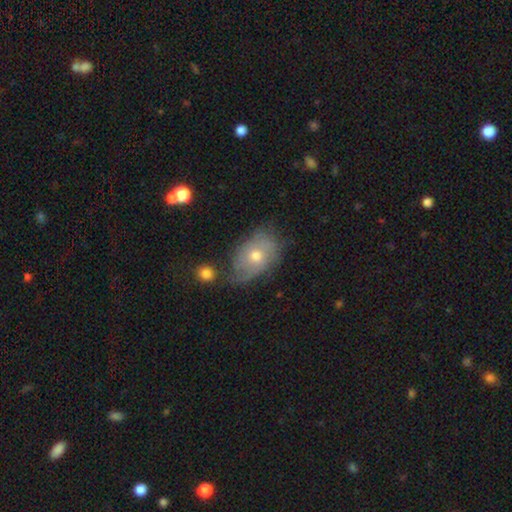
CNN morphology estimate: Smooth or featured? Predicted: featured or disk (p=0.52). Edge-on disk? Predicted: no (p=0.93). Merging? Predicted: none (p=0.54).